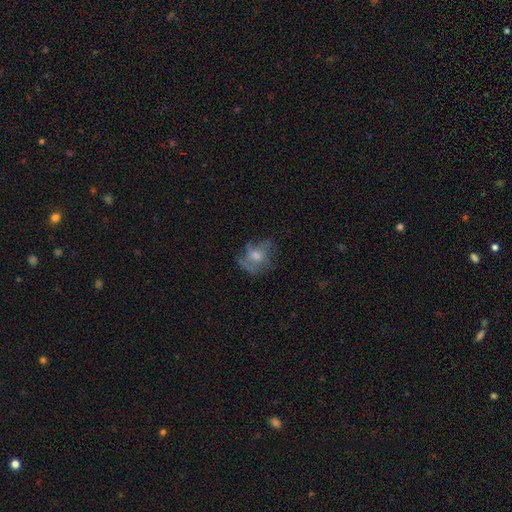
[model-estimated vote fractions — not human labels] Smooth or featured? featured or disk (55%)
Edge-on disk? no (96%)
Bar? no (77%)
Spiral arms? yes (61%)
Bulge size? moderate (55%)
Merging? none (55%)